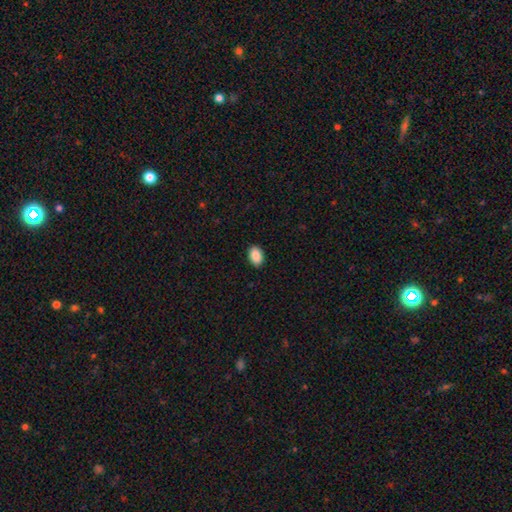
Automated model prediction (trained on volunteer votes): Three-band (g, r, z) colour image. It shows a smooth galaxy with no disk features (89%) that is in between round and cigar-shaped (87%). Merging: none (90%).